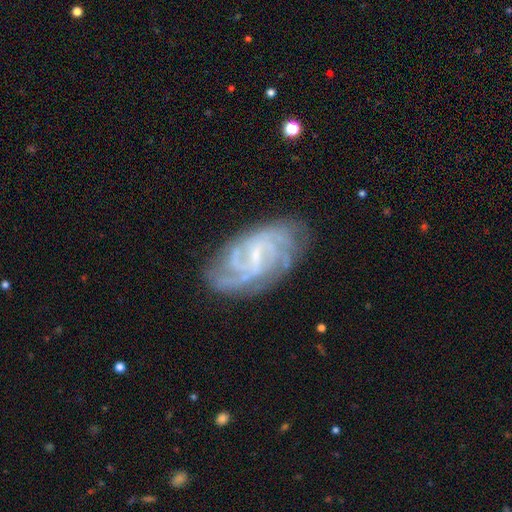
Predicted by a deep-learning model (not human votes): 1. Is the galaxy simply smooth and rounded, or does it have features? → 87% featured or disk, 7% smooth, 6% star or artifact.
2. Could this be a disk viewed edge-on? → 97% no, 3% yes.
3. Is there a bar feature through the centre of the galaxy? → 54% weak, 23% no, 22% strong.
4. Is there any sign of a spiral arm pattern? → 97% yes, 3% no.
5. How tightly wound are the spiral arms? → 57% tight, 35% medium, 8% loose.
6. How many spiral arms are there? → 26% can't tell, 21% 4, 21% 3, 17% 2, 8% more than 4, 6% 1.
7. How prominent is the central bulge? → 65% small, 17% none, 16% moderate, 1% large, 1% dominant.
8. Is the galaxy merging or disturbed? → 76% none, 16% minor disturbance, 6% major disturbance, 2% merger.